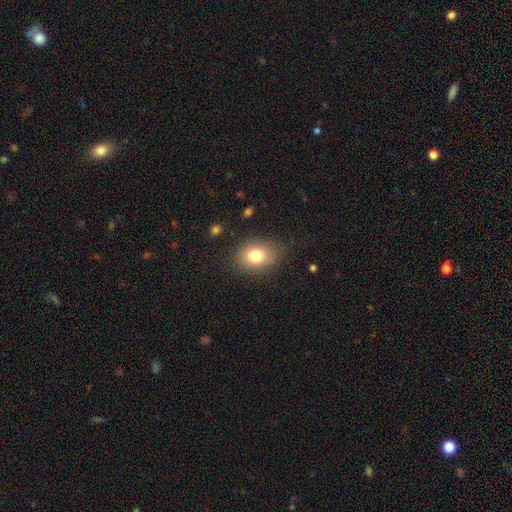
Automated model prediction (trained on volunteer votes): Smooth or featured? Predicted: smooth (p=0.78). How rounded? Predicted: in between (p=0.62). Merging? Predicted: none (p=0.82).